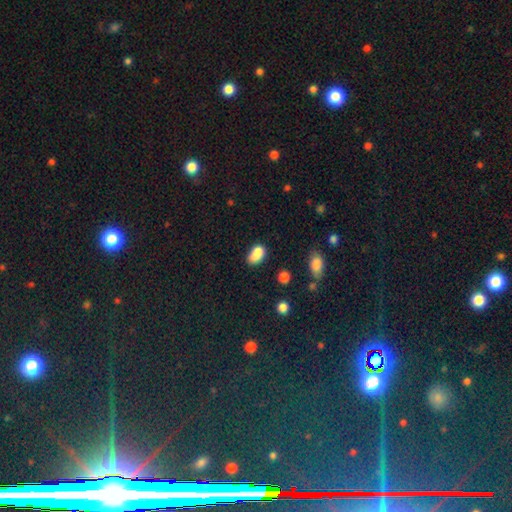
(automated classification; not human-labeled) smooth 79%, featured or disk 11%, star or artifact 10%. Down the decision tree: how rounded — in between (81%); merging — none (39%).